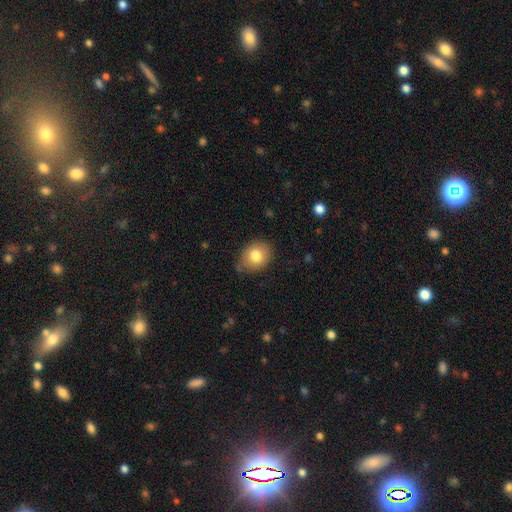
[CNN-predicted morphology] Overall: smooth (80%). How rounded: in between (54%; round 45%). Merging: none (75%).